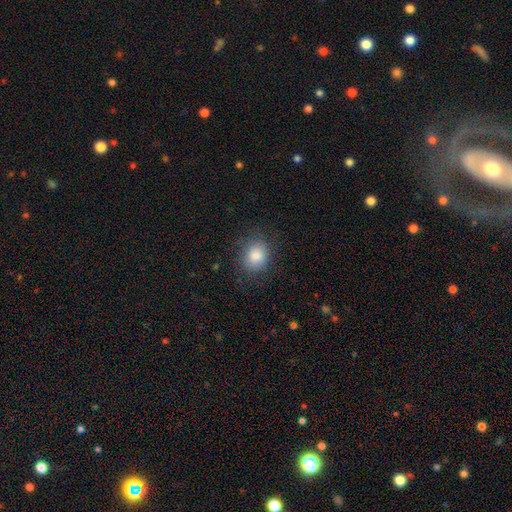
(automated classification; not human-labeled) smooth_or_featured: smooth (p=0.83) [alt: star or artifact p=0.09]
how_rounded: round (p=0.62) [alt: in between p=0.37]
merging: none (p=0.81) [alt: minor disturbance p=0.13]